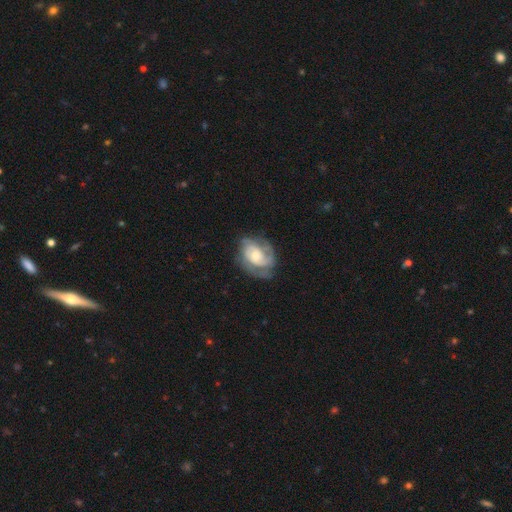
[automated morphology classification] Smooth or featured? featured or disk (81%)
Edge-on disk? no (97%)
Bar? no (68%)
Spiral arms? yes (93%)
Spiral winding? tight (52%)
Spiral arm count? 2 (45%)
Bulge size? moderate (54%)
Merging? none (65%)